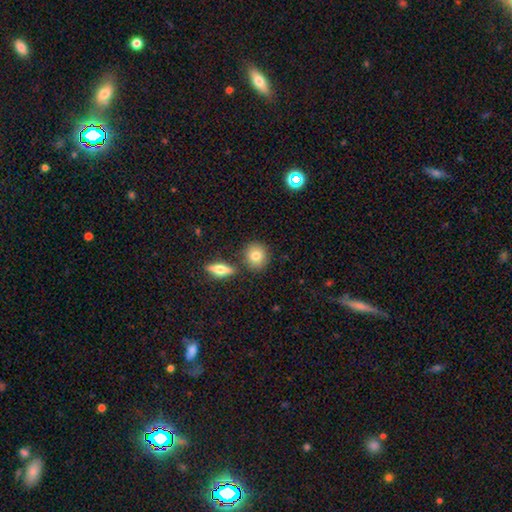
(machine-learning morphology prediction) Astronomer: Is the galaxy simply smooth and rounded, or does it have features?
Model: smooth — 79%.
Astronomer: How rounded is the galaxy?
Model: round — 81%.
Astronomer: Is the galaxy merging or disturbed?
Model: none — 78%.